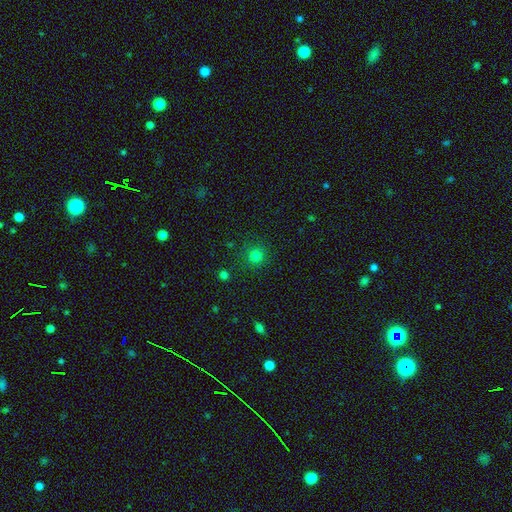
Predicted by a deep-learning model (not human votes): This is likely a smooth galaxy (79%). How rounded: clearly round (94%). Merging: clearly none (88%).